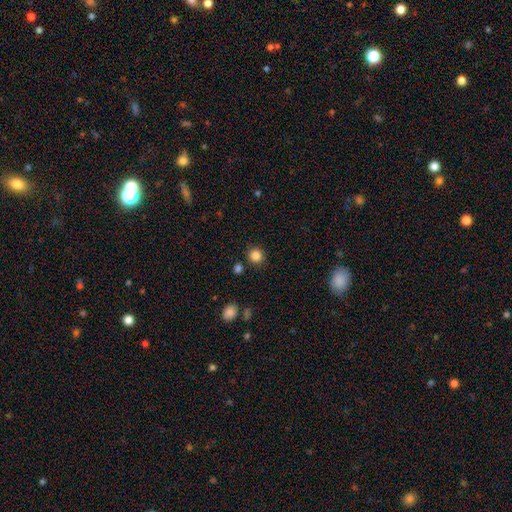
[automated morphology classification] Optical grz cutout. It shows a smooth galaxy with no disk features (84%) that is round (92%). Merging: none (87%).